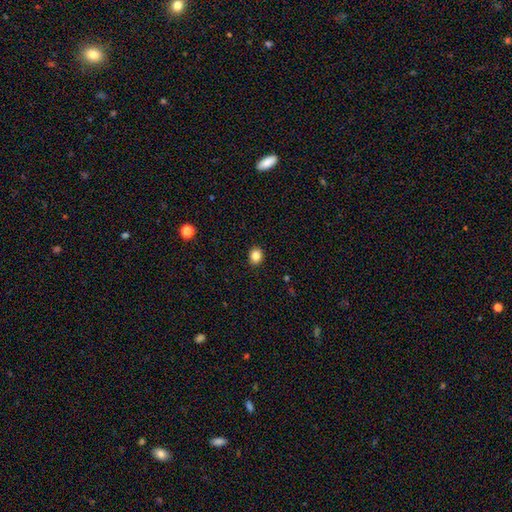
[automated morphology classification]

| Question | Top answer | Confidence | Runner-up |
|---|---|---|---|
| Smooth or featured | smooth | 84% | star or artifact (11%) |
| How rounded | round | 64% | in between (35%) |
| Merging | none | 91% | minor disturbance (6%) |